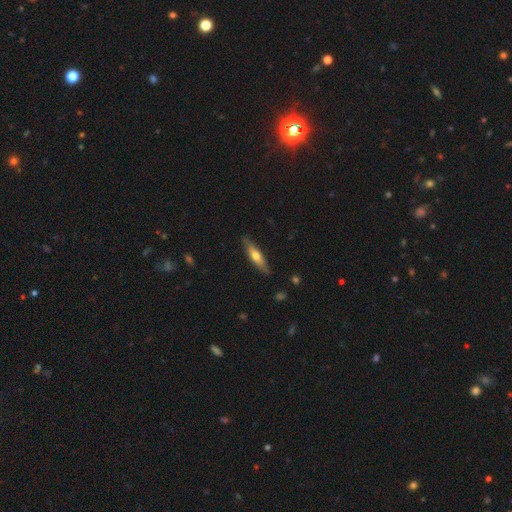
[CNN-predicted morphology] Smooth or featured: smooth — 49% (featured or disk — 45%)
Merging: none — 83% (minor disturbance — 13%)